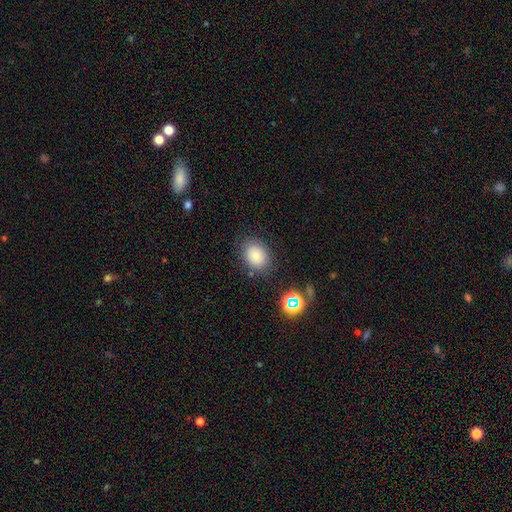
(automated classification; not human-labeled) smooth 80%, star or artifact 12%, featured or disk 9%. Down the decision tree: how rounded — in between (57%); merging — none (80%).